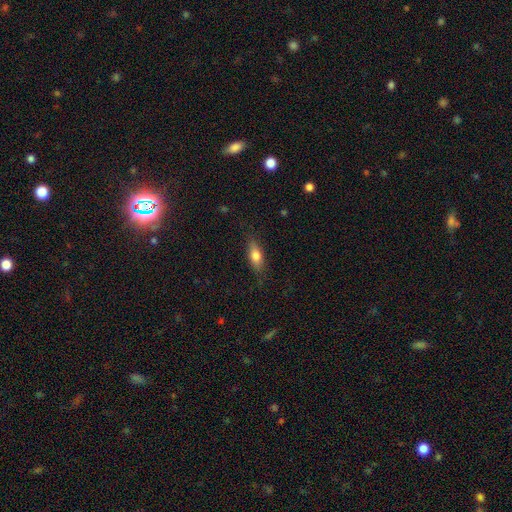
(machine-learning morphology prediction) Overall: smooth (74%). How rounded: in between (71%). Merging: none (82%).